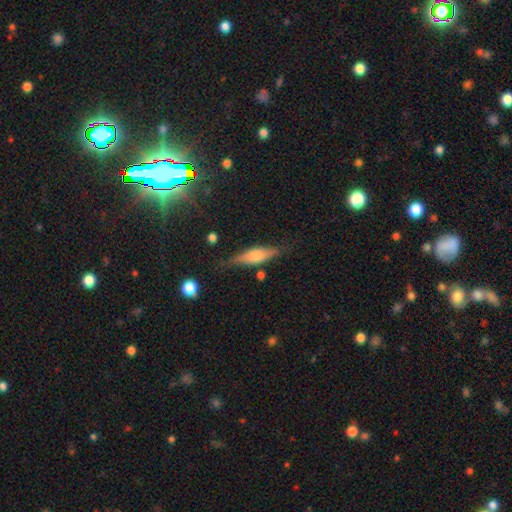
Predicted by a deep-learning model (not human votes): This is possibly a smooth galaxy (51%). How rounded: possibly cigar-shaped (58%). Merging: likely none (73%).